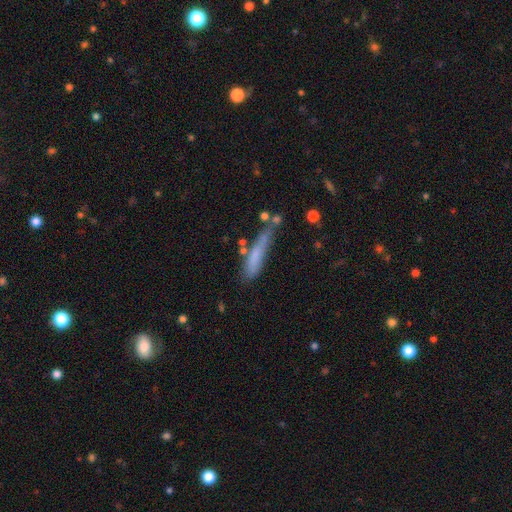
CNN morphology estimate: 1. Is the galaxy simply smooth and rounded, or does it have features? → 68% smooth, 23% featured or disk, 9% star or artifact.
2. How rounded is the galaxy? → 86% cigar-shaped, 12% in between, 2% round.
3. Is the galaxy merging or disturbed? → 52% none, 27% minor disturbance, 11% major disturbance, 10% merger.